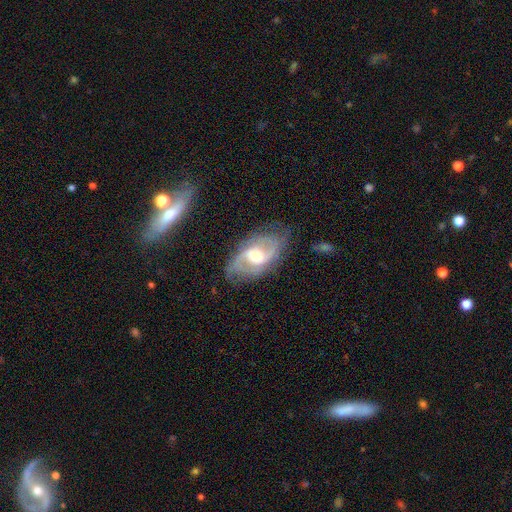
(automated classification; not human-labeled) A featured or disk galaxy (82%) with a weak bar (47%), 2 (74%) medium (50%) spiral arms (93%) and a moderate central bulge (58%).

Vote fractions:
- Smooth or featured? featured or disk: 82% / smooth: 13% / star or artifact: 6%
- Edge-on disk? no: 95% / yes: 5%
- Bar? weak: 47% / no: 40% / strong: 13%
- Spiral arms? yes: 93% / no: 7%
- Spiral winding? medium: 50% / tight: 30% / loose: 20%
- Spiral arm count? 2: 74% / can't tell: 12% / 3: 8% / 1: 3% / 4: 2% / more than 4: 2%
- Bulge size? moderate: 58% / small: 32% / large: 7% / none: 2% / dominant: 1%
- Merging? none: 72% / minor disturbance: 19% / major disturbance: 7% / merger: 2%